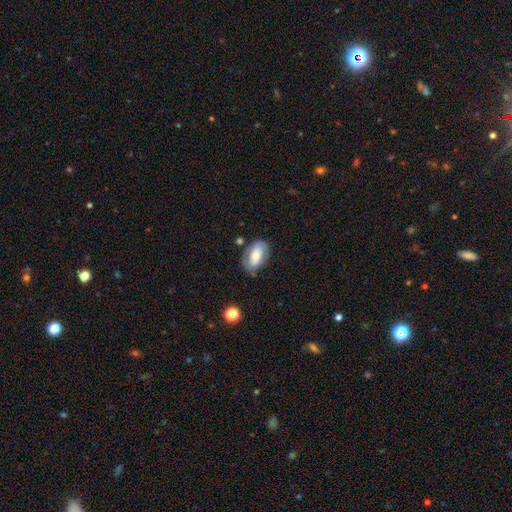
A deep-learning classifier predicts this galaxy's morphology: The model was most divided on "smooth or featured": smooth: 53%, featured or disk: 40%, star or artifact: 7%. More confident: how rounded — in between (89%); merging — none (67%).